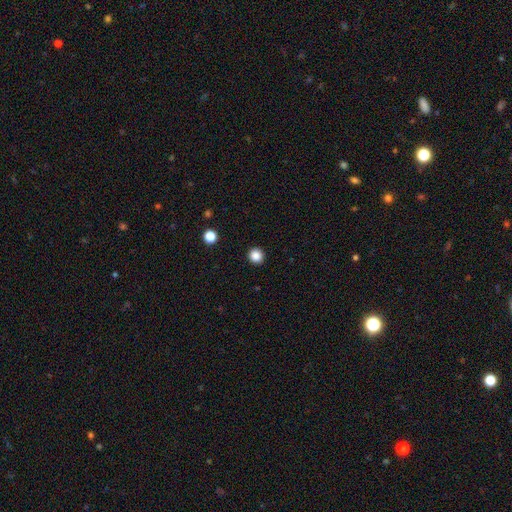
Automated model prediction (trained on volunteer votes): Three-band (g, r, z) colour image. It shows a smooth galaxy with no disk features (86%) that is round (94%). Merging: none (93%).